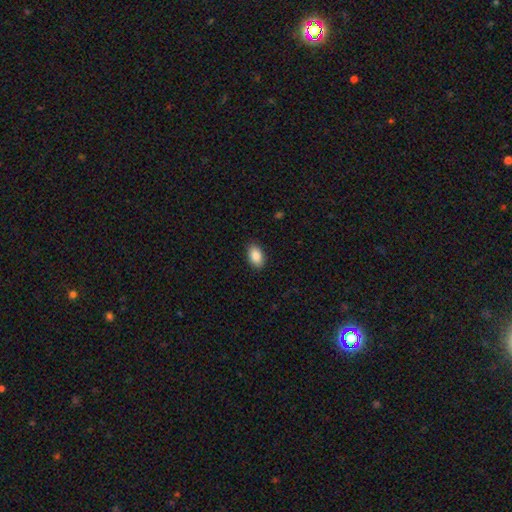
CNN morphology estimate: Smooth or featured: smooth — 88% (star or artifact — 7%)
How rounded: in between — 91% (round — 7%)
Merging: none — 89% (minor disturbance — 8%)